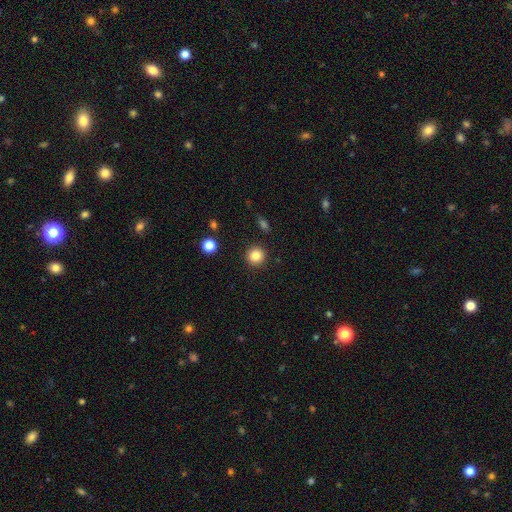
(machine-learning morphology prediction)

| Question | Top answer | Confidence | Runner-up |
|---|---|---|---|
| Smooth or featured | smooth | 84% | star or artifact (11%) |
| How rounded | round | 93% | in between (6%) |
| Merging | none | 91% | minor disturbance (5%) |